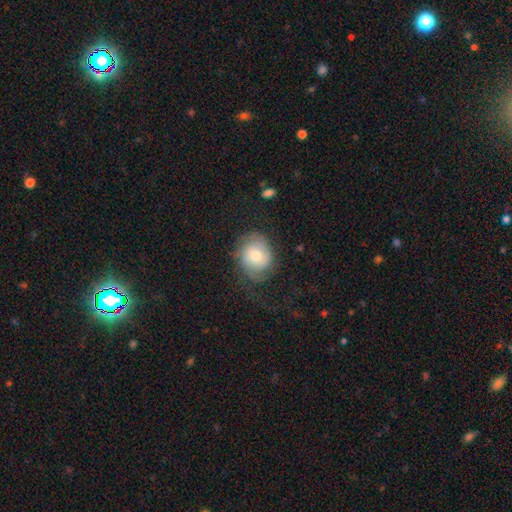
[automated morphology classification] Smooth or featured? Predicted: smooth (p=0.48). Merging? Predicted: none (p=0.61).